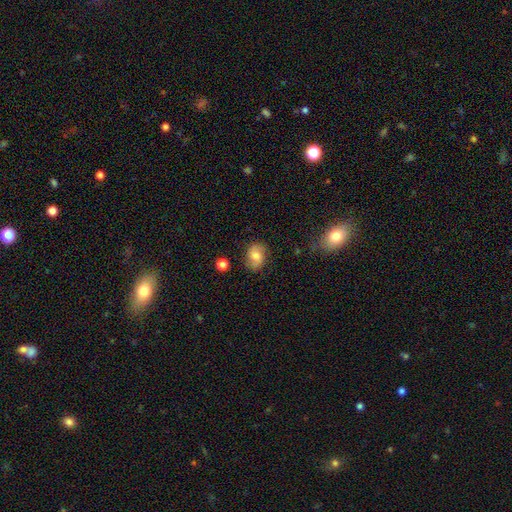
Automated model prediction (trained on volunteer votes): A smooth galaxy with no disk features (58%) that is in between round and cigar-shaped (59%).

Vote fractions:
- Smooth or featured? smooth: 58% / featured or disk: 32% / star or artifact: 10%
- How rounded? in between: 59% / round: 39% / cigar-shaped: 1%
- Merging? none: 76% / minor disturbance: 17% / major disturbance: 4% / merger: 2%